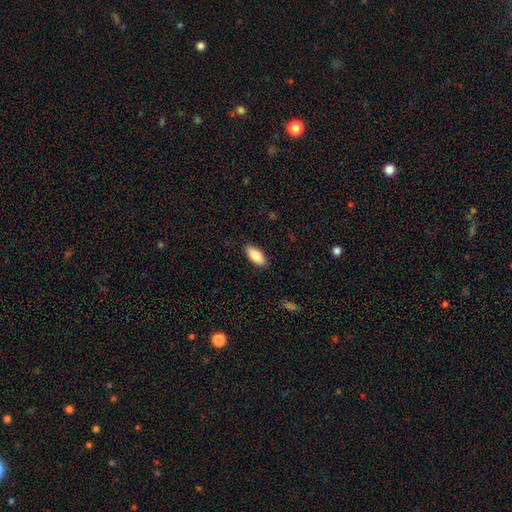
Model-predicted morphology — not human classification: A smooth galaxy with no disk features (86%) that is in between round and cigar-shaped (86%). Merging: none (88%).